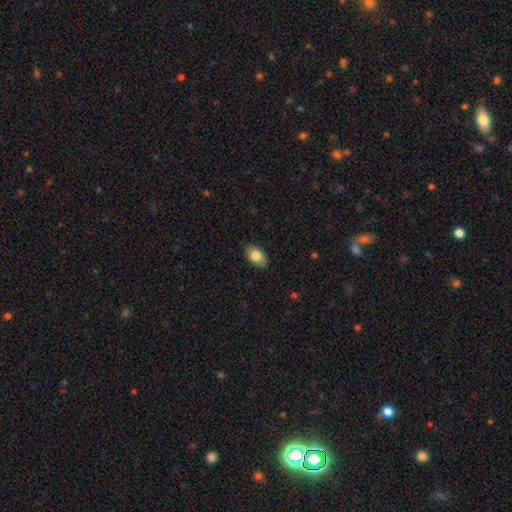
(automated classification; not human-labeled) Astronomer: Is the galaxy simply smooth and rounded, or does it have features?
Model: smooth — 79%.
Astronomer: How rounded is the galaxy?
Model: in between — 89%.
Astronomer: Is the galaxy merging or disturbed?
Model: none — 84%.